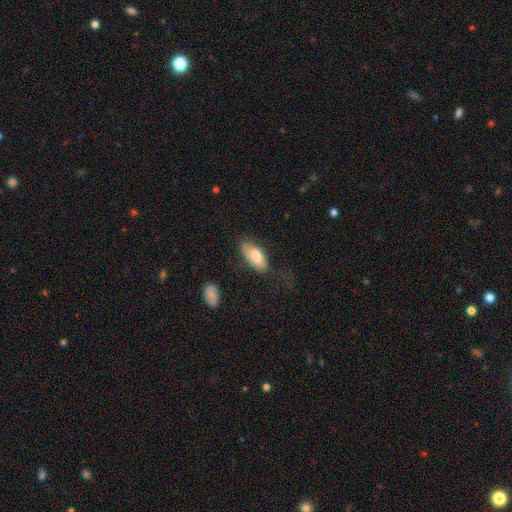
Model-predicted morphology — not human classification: smooth 78%, featured or disk 16%, star or artifact 6%. Down the decision tree: how rounded — in between (88%); merging — none (63%).